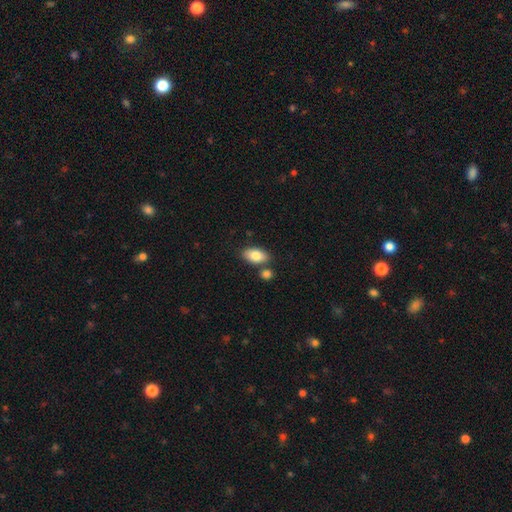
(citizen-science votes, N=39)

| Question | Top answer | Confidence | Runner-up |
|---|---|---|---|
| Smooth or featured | smooth | 74% | featured or disk (18%) |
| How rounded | in between | 90% | round (10%) |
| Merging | none | 69% | merger (19%) |